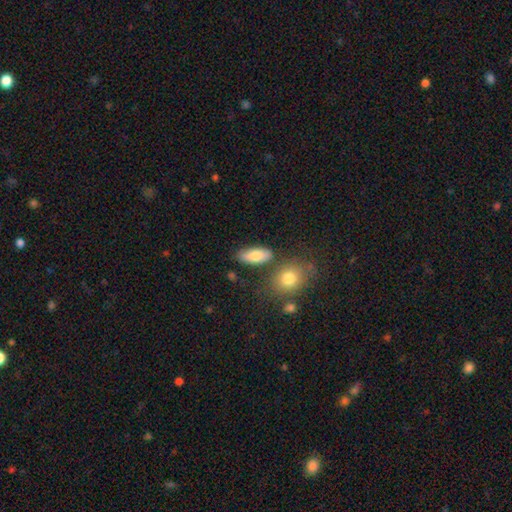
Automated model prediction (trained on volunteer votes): A smooth galaxy with no disk features (81%) that is in between round and cigar-shaped (80%).

Vote fractions:
- Smooth or featured? smooth: 81% / featured or disk: 12% / star or artifact: 7%
- How rounded? in between: 80% / cigar-shaped: 15% / round: 5%
- Merging? none: 75% / minor disturbance: 13% / merger: 9% / major disturbance: 4%